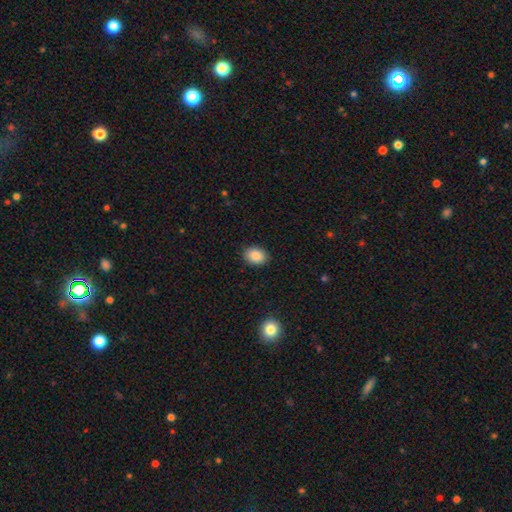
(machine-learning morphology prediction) Overall: smooth (87%). How rounded: in between (67%; round 32%). Merging: none (89%).